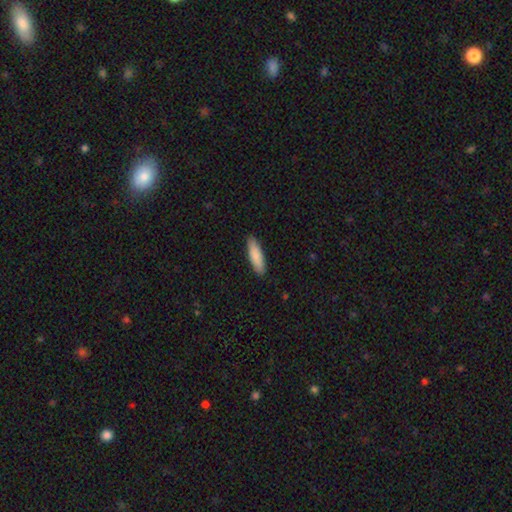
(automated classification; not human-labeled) smooth_or_featured: smooth (p=0.86) [alt: featured or disk p=0.09]
how_rounded: cigar-shaped (p=0.59) [alt: in between p=0.40]
merging: none (p=0.89) [alt: minor disturbance p=0.08]